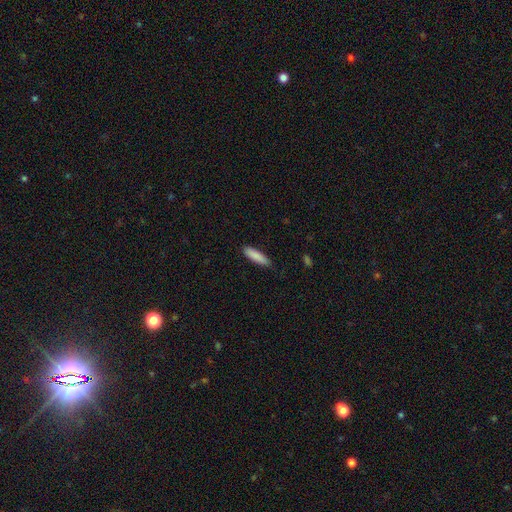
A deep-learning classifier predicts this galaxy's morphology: smooth-or-featured: smooth: 87% | featured or disk: 7% | star or artifact: 6%
  how-rounded: cigar-shaped: 70% | in between: 29% | round: 1%
  merging: none: 86% | minor disturbance: 11% | major disturbance: 2% | merger: 1%